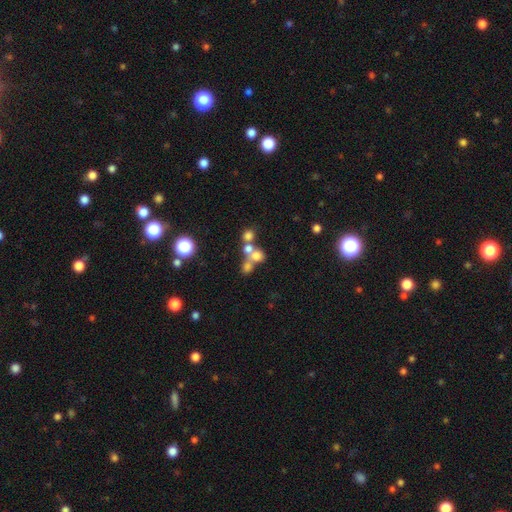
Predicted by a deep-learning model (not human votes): Smooth or featured? smooth (62%)
How rounded? round (79%)
Merging? merger (52%)